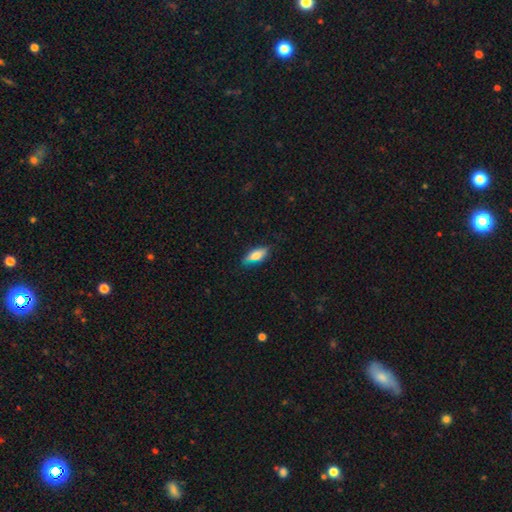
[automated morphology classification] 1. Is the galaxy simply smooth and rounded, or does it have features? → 70% smooth, 22% featured or disk, 8% star or artifact.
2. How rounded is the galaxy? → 72% in between, 25% cigar-shaped, 3% round.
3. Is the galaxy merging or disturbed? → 74% none, 20% minor disturbance, 4% major disturbance, 2% merger.